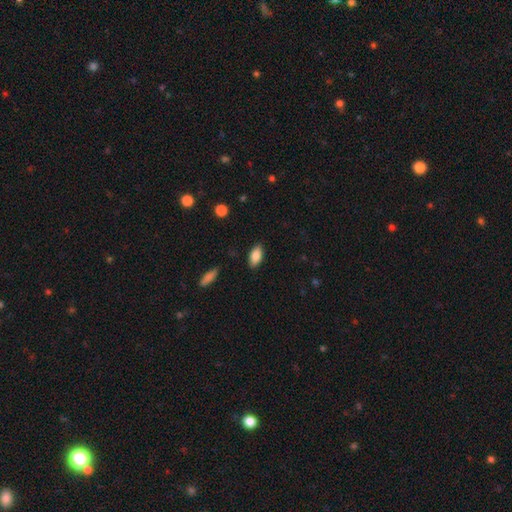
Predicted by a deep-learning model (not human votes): Smooth or featured? Predicted: smooth (p=0.83). How rounded? Predicted: in between (p=0.88). Merging? Predicted: none (p=0.86).